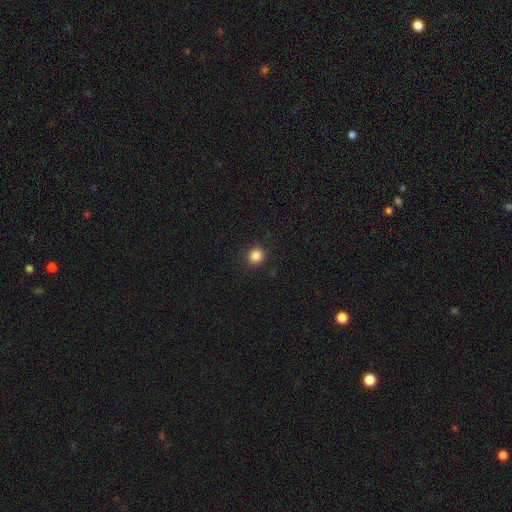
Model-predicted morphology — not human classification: The model was most divided on "smooth or featured": smooth: 86%, star or artifact: 11%, featured or disk: 3%. More confident: how rounded — round (92%); merging — none (91%).